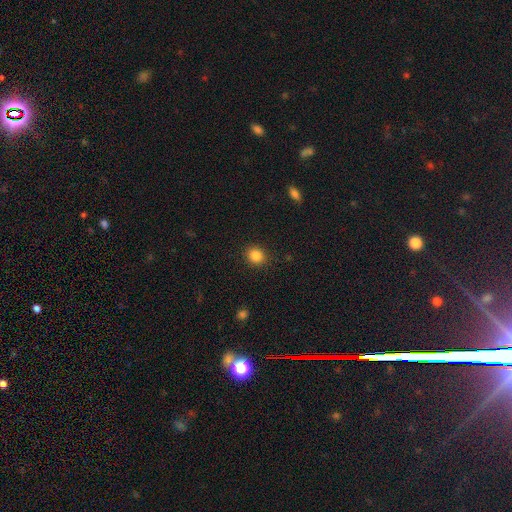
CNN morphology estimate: smooth-or-featured: smooth: 86% | star or artifact: 11% | featured or disk: 4%
  how-rounded: round: 75% | in between: 24% | cigar-shaped: 1%
  merging: none: 89% | minor disturbance: 7% | major disturbance: 2% | merger: 1%